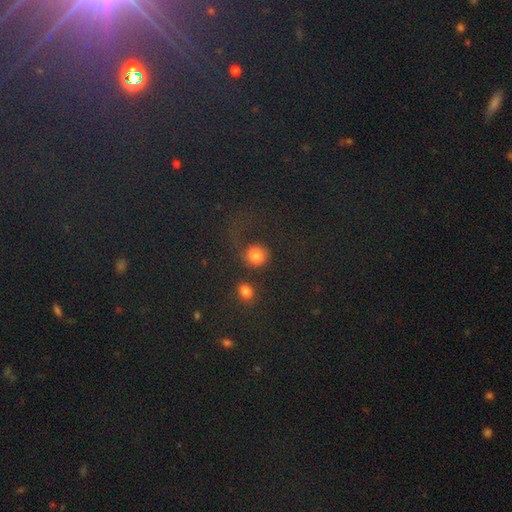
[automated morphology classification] smooth_or_featured: smooth (p=0.80) [alt: star or artifact p=0.12]
how_rounded: round (p=0.84) [alt: in between p=0.15]
merging: none (p=0.55) [alt: major disturbance p=0.16]